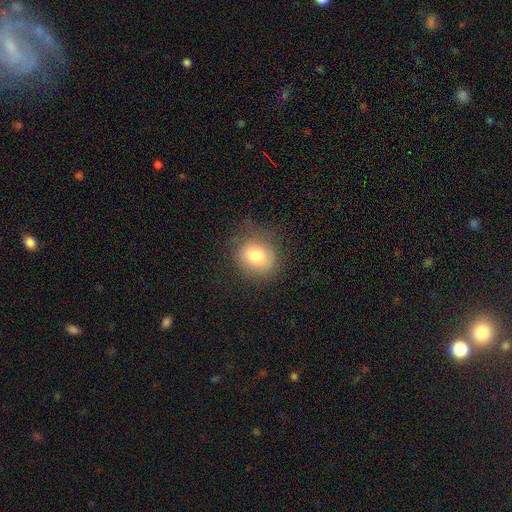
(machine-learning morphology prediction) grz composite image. It shows a smooth galaxy with no disk features (79%) that is round (75%). Merging: none (75%).